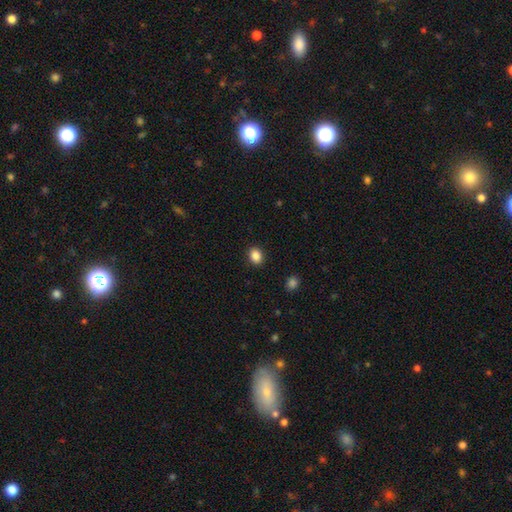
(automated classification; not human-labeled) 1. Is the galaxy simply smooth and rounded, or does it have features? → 87% smooth, 10% star or artifact, 4% featured or disk.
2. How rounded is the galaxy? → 51% in between, 48% round, 1% cigar-shaped.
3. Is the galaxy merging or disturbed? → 91% none, 6% minor disturbance, 2% major disturbance, 1% merger.